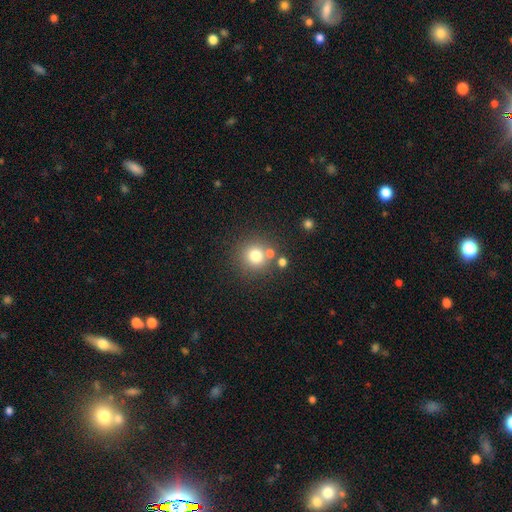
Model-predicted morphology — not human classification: smooth 75%, star or artifact 15%, featured or disk 10%. Down the decision tree: how rounded — round (92%); merging — none (73%).